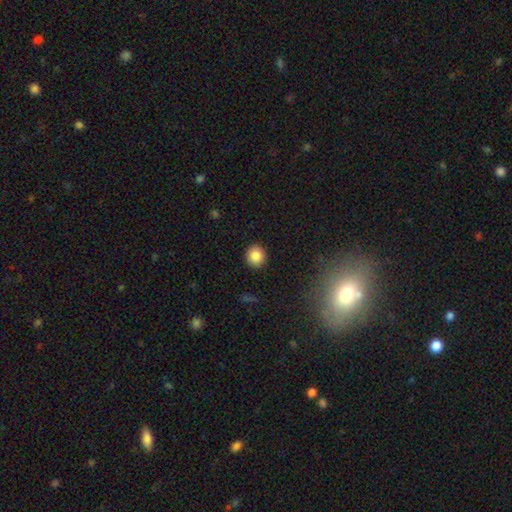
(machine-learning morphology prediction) The model was most divided on "smooth or featured": smooth: 86%, star or artifact: 9%, featured or disk: 4%. More confident: merging — none (91%); how rounded — round (90%).